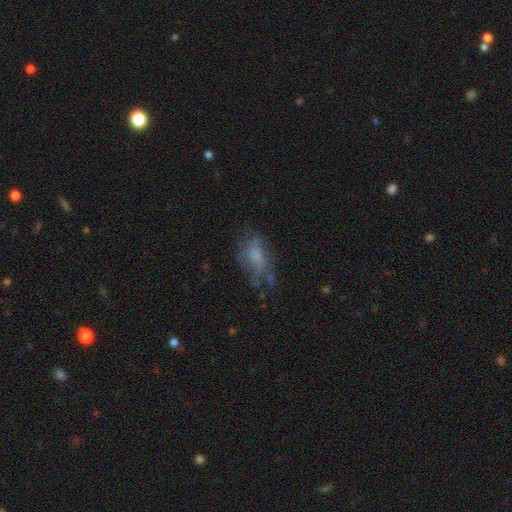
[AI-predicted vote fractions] A smooth galaxy with no disk features (56%) that is in between round and cigar-shaped (84%). Merging: none (43%).